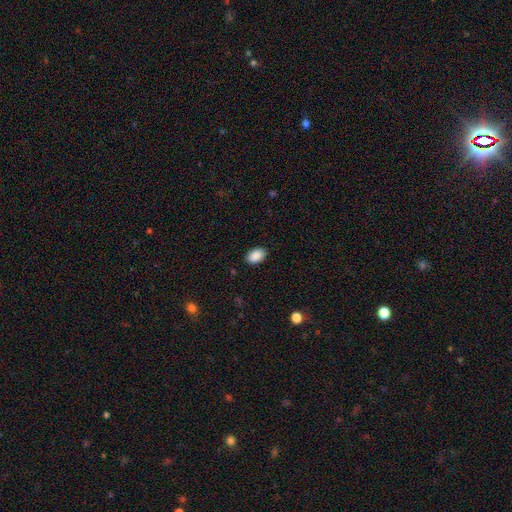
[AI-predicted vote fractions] smooth 90%, star or artifact 7%, featured or disk 3%. Down the decision tree: how rounded — in between (89%); merging — none (88%).